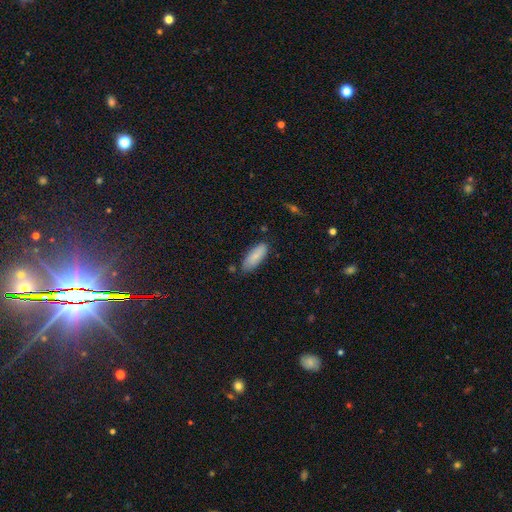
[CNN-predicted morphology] A smooth galaxy with no disk features (84%) that is in between round and cigar-shaped (75%).

Vote fractions:
- Smooth or featured? smooth: 84% / featured or disk: 10% / star or artifact: 6%
- How rounded? in between: 75% / cigar-shaped: 24% / round: 2%
- Merging? none: 77% / minor disturbance: 17% / merger: 3% / major disturbance: 3%